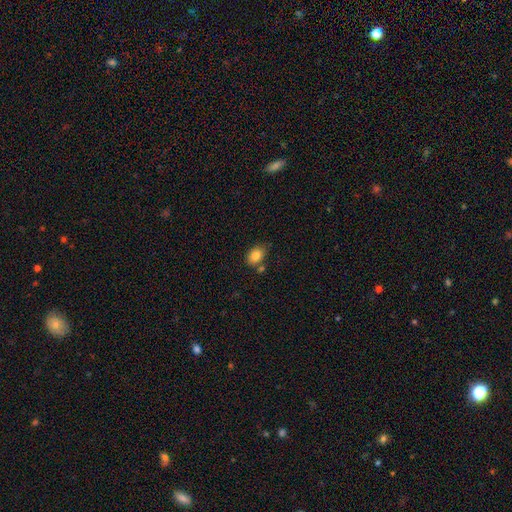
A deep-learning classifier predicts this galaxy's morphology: This is clearly a smooth galaxy (83%). How rounded: likely in between (76%). Merging: likely none (68%).